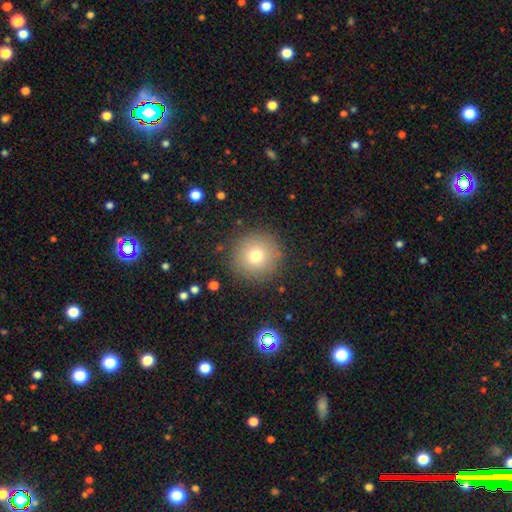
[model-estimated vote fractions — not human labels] A smooth galaxy with no disk features (74%) that is round (96%).

Vote fractions:
- Smooth or featured? smooth: 74% / star or artifact: 14% / featured or disk: 12%
- How rounded? round: 96% / in between: 3% / cigar-shaped: 1%
- Merging? none: 89% / minor disturbance: 7% / major disturbance: 3% / merger: 1%